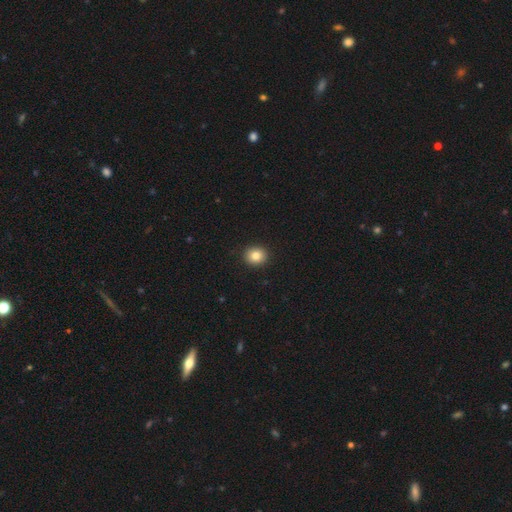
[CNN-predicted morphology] Smooth or featured? smooth (84%)
How rounded? round (81%)
Merging? none (92%)